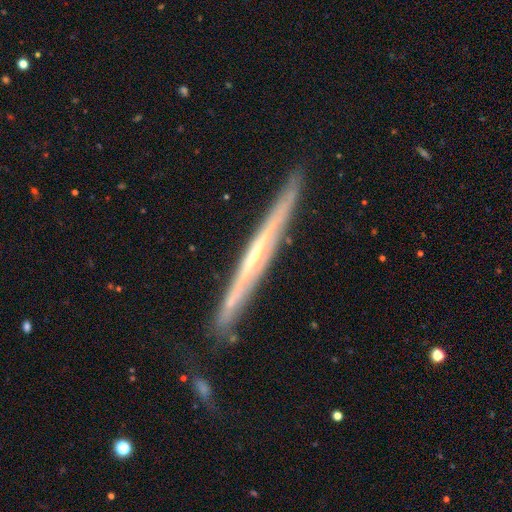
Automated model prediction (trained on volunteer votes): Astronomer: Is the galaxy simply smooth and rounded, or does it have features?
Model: featured or disk — 78%.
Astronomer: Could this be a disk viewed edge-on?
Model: yes — 96%.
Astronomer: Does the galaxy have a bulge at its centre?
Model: none — 52% (runner-up: rounded, 44%).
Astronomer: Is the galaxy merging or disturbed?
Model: none — 86%.